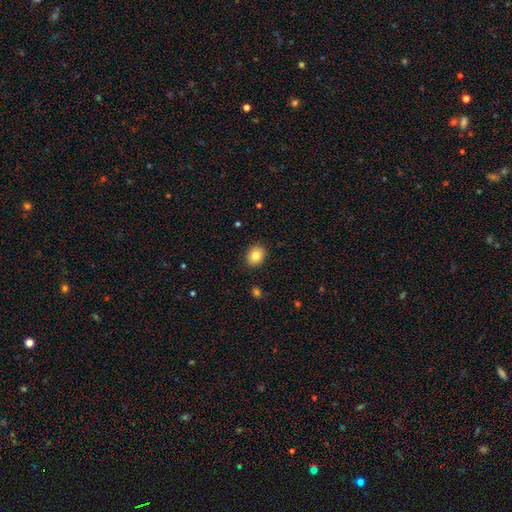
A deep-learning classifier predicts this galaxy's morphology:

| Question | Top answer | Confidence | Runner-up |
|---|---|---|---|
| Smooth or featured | smooth | 82% | star or artifact (9%) |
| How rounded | round | 57% | in between (43%) |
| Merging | none | 90% | minor disturbance (7%) |